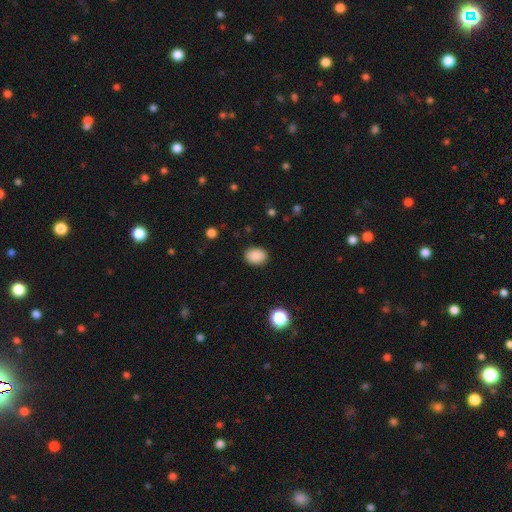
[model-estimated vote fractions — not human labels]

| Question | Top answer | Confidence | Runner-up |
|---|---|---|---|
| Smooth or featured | smooth | 88% | star or artifact (9%) |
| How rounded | in between | 69% | round (30%) |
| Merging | none | 88% | minor disturbance (9%) |